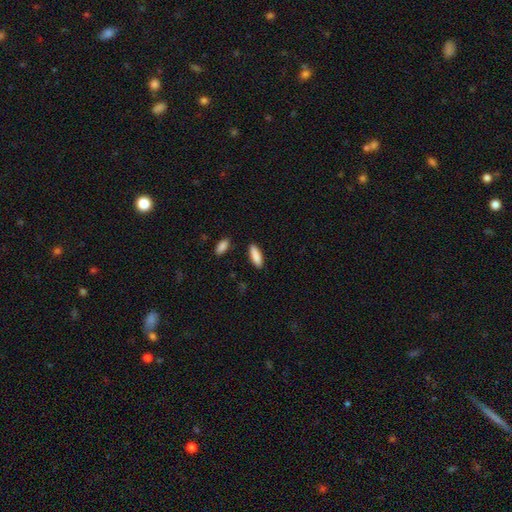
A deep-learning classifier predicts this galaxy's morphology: This appears to be a smooth galaxy with no disk features (89%) that is in between round and cigar-shaped (55%). Merging: none (87%).